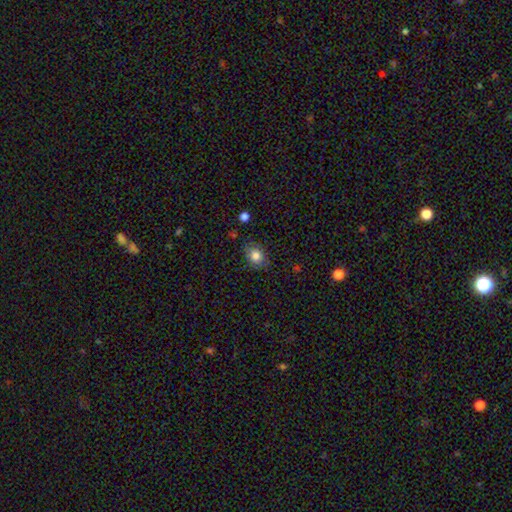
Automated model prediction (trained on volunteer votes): This appears to be a smooth galaxy with no disk features (83%) that is round (50%). Merging: none (76%).